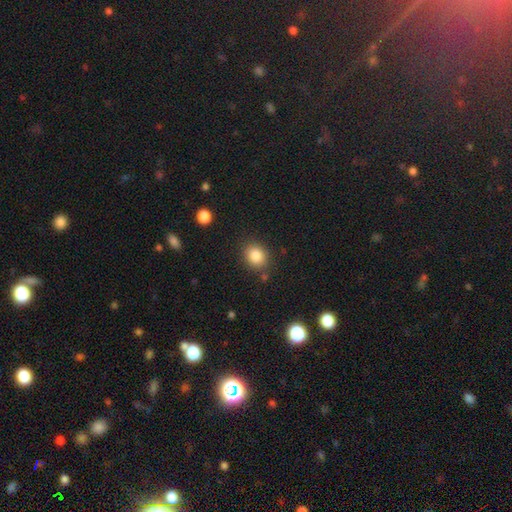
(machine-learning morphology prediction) A smooth galaxy with no disk features (85%) that is round (67%). Merging: none (83%).